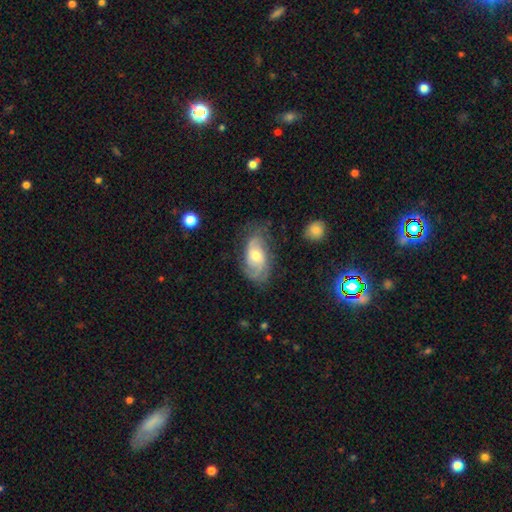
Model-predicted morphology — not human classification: Q: Smooth or featured?
A: featured or disk (70%); runner-up: smooth (23%)
Q: Edge-on disk?
A: no (94%); runner-up: yes (6%)
Q: Bar?
A: no (67%); runner-up: weak (29%)
Q: Spiral arms?
A: yes (90%); runner-up: no (10%)
Q: Spiral winding?
A: medium (41%); runner-up: tight (40%)
Q: Spiral arm count?
A: 2 (52%); runner-up: can't tell (25%)
Q: Bulge size?
A: moderate (61%); runner-up: small (30%)
Q: Merging?
A: none (63%); runner-up: minor disturbance (24%)